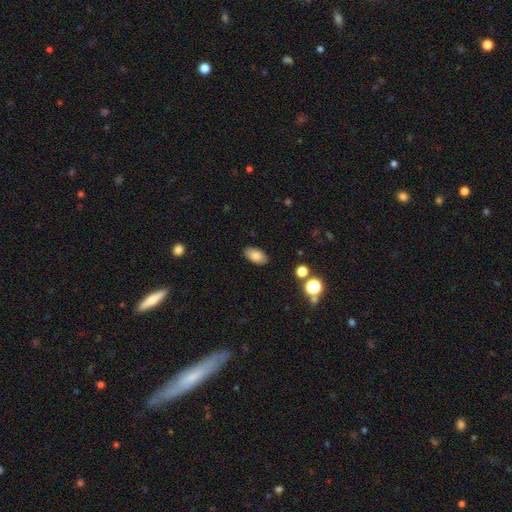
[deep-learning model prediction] A smooth galaxy with no disk features (80%) that is in between round and cigar-shaped (93%).

Vote fractions:
- Smooth or featured? smooth: 80% / featured or disk: 11% / star or artifact: 9%
- How rounded? in between: 93% / round: 5% / cigar-shaped: 2%
- Merging? none: 87% / minor disturbance: 9% / major disturbance: 2% / merger: 1%